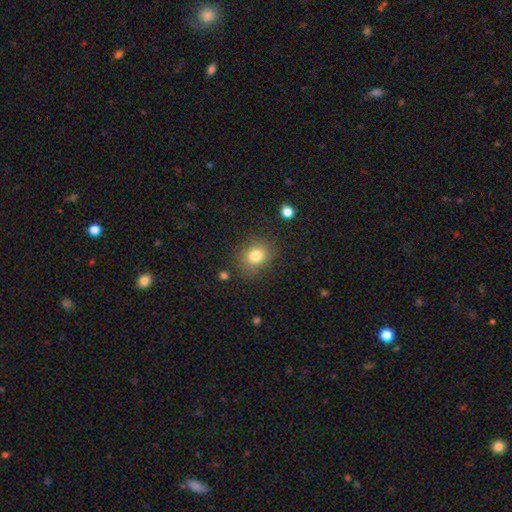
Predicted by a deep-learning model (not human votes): Smooth or featured? Predicted: smooth (p=0.80). How rounded? Predicted: round (p=0.64). Merging? Predicted: none (p=0.83).